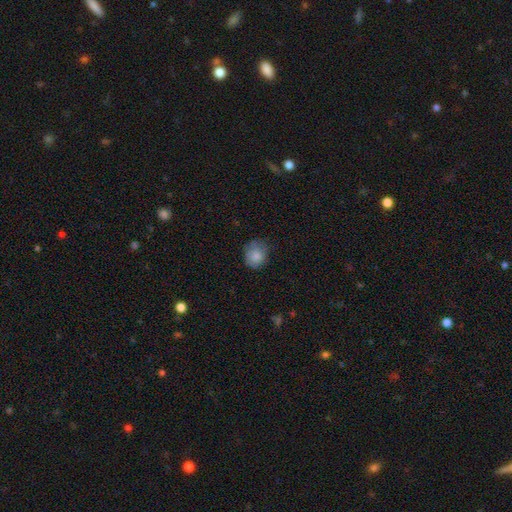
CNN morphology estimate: Q: Smooth or featured?
A: smooth (83%); runner-up: featured or disk (9%)
Q: How rounded?
A: round (65%); runner-up: in between (34%)
Q: Merging?
A: none (63%); runner-up: minor disturbance (28%)